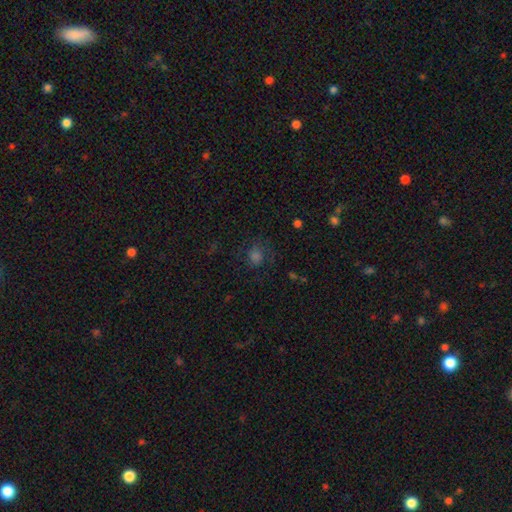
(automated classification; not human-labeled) This is possibly a smooth galaxy (55%). How rounded: likely round (70%). Merging: likely none (63%).